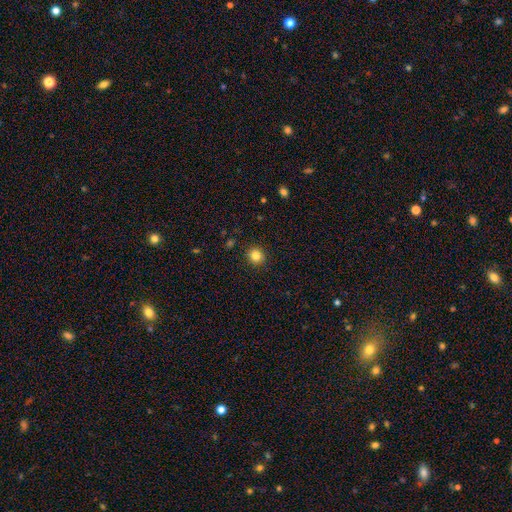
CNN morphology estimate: A smooth galaxy with no disk features (83%) that is round (90%). Merging: none (92%).